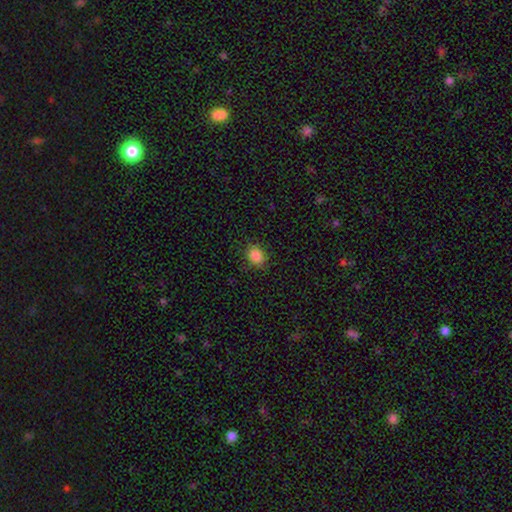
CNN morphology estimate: Smooth or featured?
  - smooth: 85% *
  - star or artifact: 10%
  - featured or disk: 5%
How rounded?
  - round: 54% *
  - in between: 45%
  - cigar-shaped: 1%
Merging?
  - none: 85% *
  - minor disturbance: 12%
  - major disturbance: 3%
  - merger: 1%